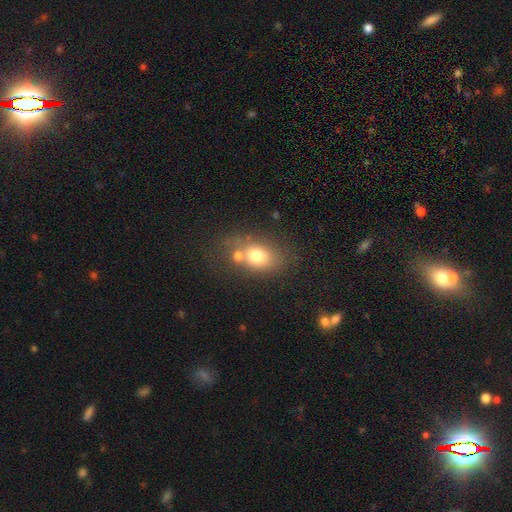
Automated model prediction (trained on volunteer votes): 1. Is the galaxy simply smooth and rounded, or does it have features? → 73% smooth, 16% featured or disk, 11% star or artifact.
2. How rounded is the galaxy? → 63% in between, 35% round, 1% cigar-shaped.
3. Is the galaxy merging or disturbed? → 50% none, 29% merger, 14% minor disturbance, 7% major disturbance.